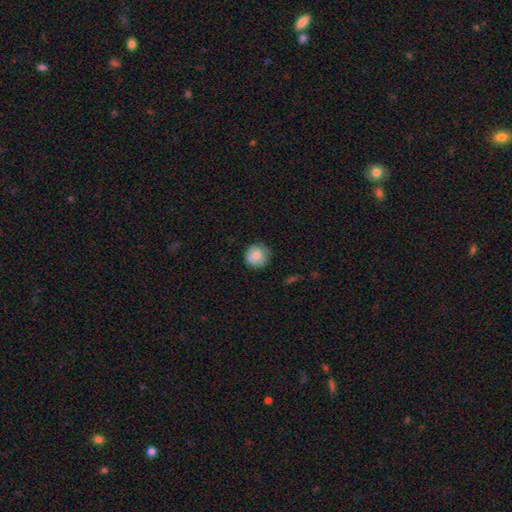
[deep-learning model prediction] smooth-or-featured: smooth: 82% | featured or disk: 11% | star or artifact: 7%
  how-rounded: round: 91% | in between: 8% | cigar-shaped: 1%
  merging: none: 74% | minor disturbance: 20% | major disturbance: 5% | merger: 1%